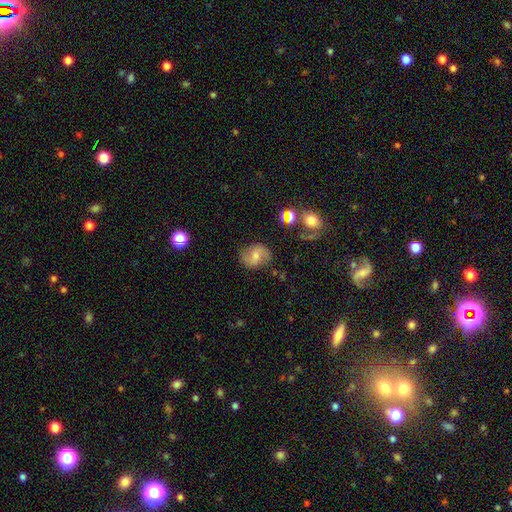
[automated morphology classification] featured or disk 60%, smooth 31%, star or artifact 9%. Down the decision tree: edge-on disk — no (97%); bar — weak (50%); spiral arms — yes (89%); spiral arm count — 2 (89%); spiral winding — medium (44%); bulge size — moderate (50%); merging — none (76%).